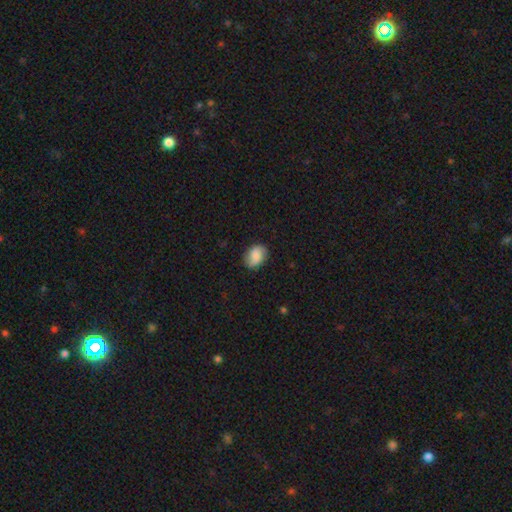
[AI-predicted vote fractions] This appears to be a smooth galaxy with no disk features (74%) that is in between round and cigar-shaped (68%). Merging: none (79%).